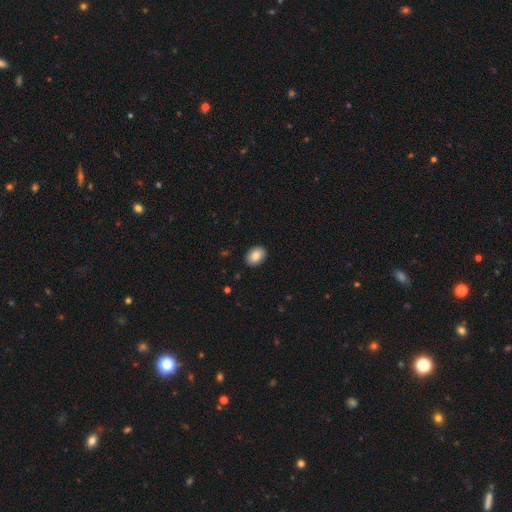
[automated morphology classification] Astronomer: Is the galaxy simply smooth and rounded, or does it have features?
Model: smooth — 86%.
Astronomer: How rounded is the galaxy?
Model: in between — 77%.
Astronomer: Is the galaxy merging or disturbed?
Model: none — 90%.